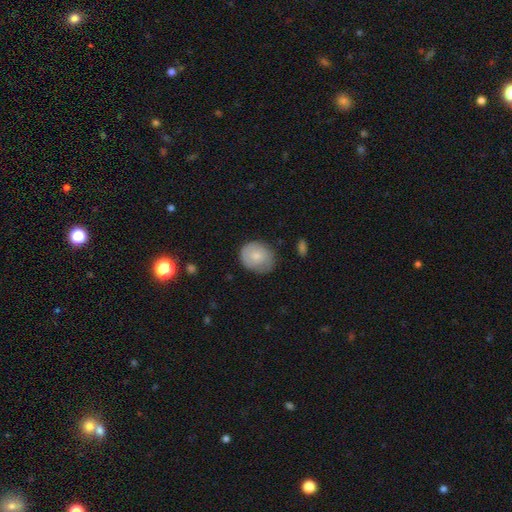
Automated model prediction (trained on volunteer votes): Overall: smooth (73%). How rounded: round (66%; in between 33%). Merging: none (63%; minor disturbance 29%).